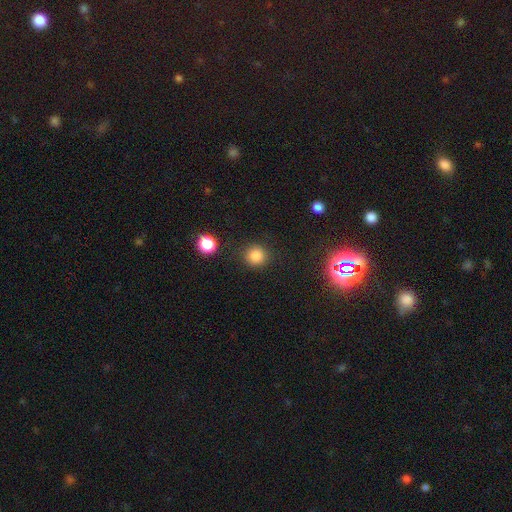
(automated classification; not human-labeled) A smooth galaxy with no disk features (84%) that is round (92%). Merging: none (86%).